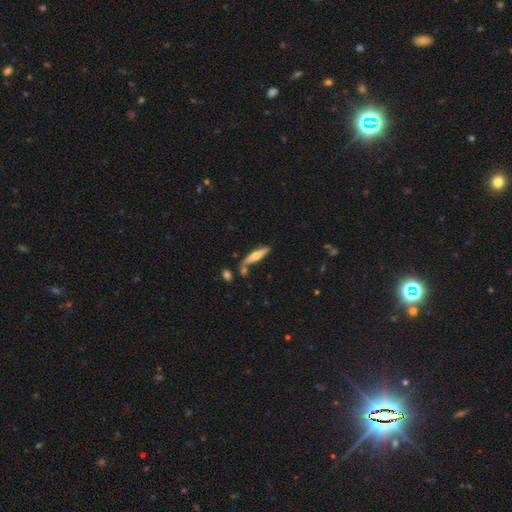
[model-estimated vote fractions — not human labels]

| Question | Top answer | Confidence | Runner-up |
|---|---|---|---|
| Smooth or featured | smooth | 48% | featured or disk (47%) |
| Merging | none | 74% | minor disturbance (13%) |